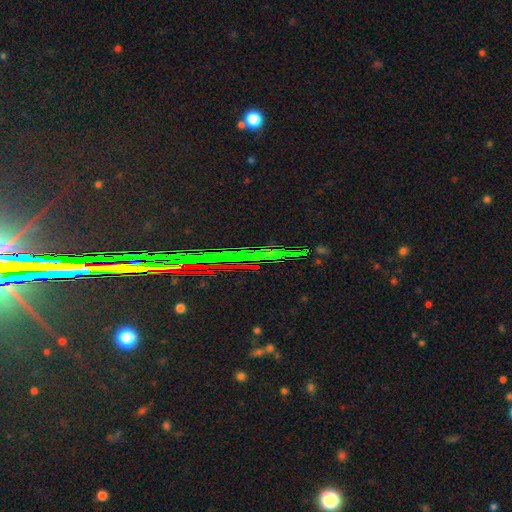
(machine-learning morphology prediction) Q: Smooth or featured?
A: star or artifact (82%); runner-up: featured or disk (10%)